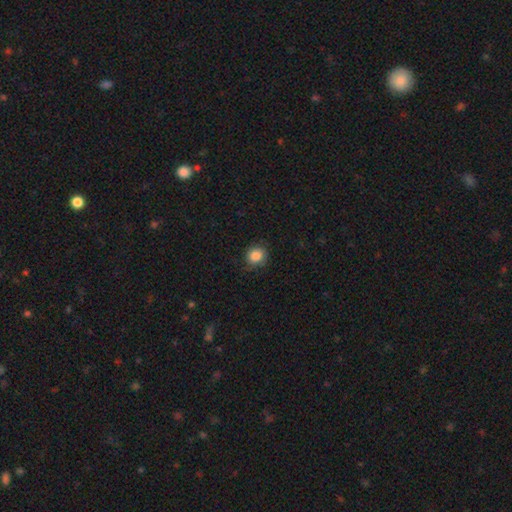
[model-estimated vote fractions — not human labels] The model was most divided on "merging": none: 78%, minor disturbance: 17%, major disturbance: 4%, merger: 1%. More confident: smooth or featured — smooth (85%); how rounded — round (84%).